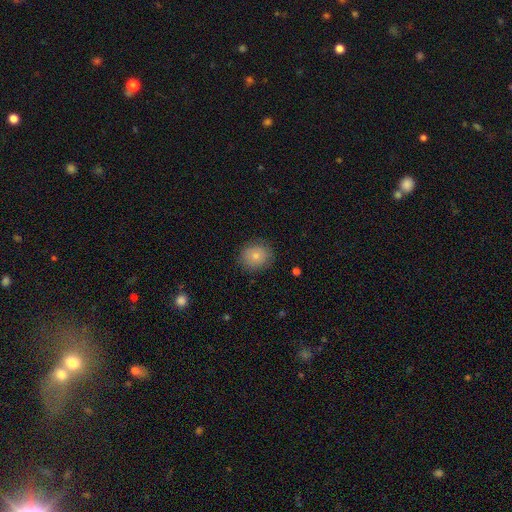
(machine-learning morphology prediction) Smooth or featured?
  - smooth: 81% *
  - featured or disk: 10%
  - star or artifact: 9%
How rounded?
  - round: 76% *
  - in between: 23%
  - cigar-shaped: 1%
Merging?
  - none: 84% *
  - minor disturbance: 11%
  - major disturbance: 3%
  - merger: 1%